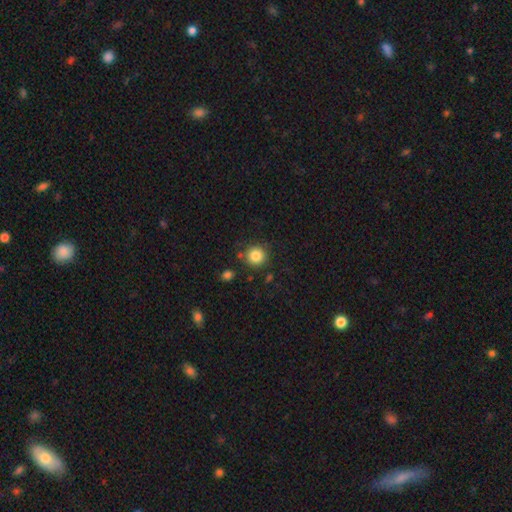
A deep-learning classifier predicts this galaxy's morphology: Smooth or featured? Predicted: smooth (p=0.84). How rounded? Predicted: round (p=0.92). Merging? Predicted: none (p=0.83).